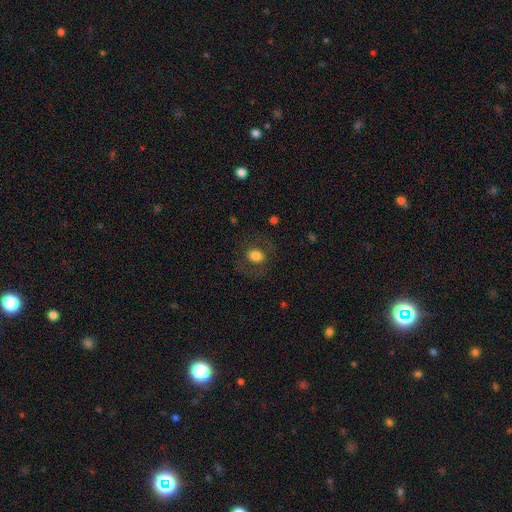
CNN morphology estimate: This is likely a smooth galaxy (72%). How rounded: possibly round (58%). Merging: likely none (79%).